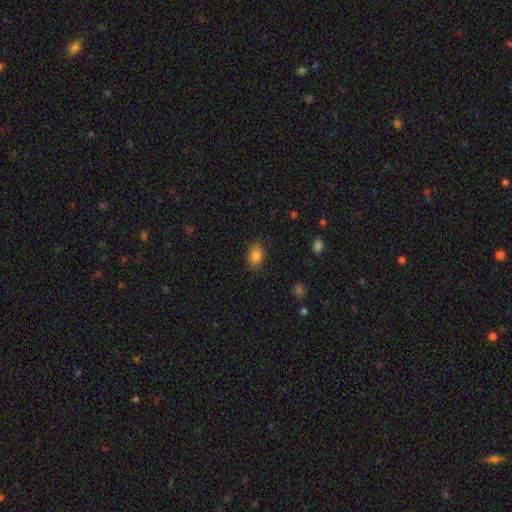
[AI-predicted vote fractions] Smooth or featured? Predicted: smooth (p=0.85). How rounded? Predicted: in between (p=0.80). Merging? Predicted: none (p=0.84).